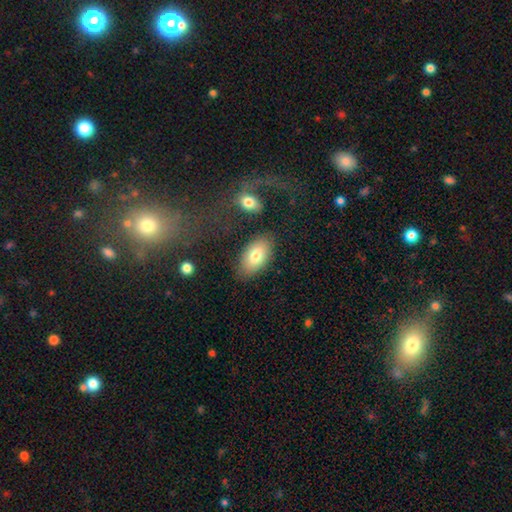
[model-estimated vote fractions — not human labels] The model was most divided on "smooth or featured": smooth: 78%, featured or disk: 15%, star or artifact: 7%. More confident: how rounded — in between (93%); merging — none (81%).